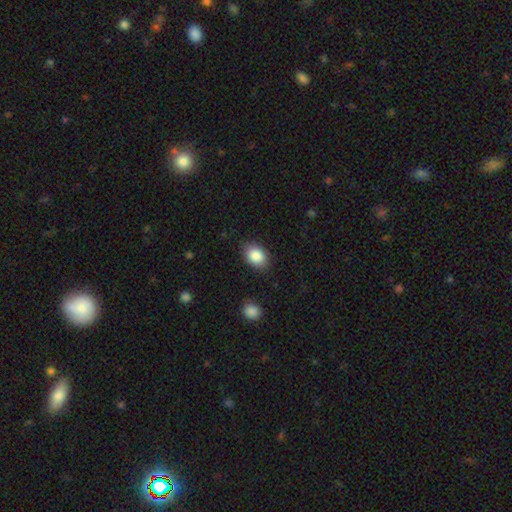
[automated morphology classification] Smooth or featured: smooth — 87% (star or artifact — 8%)
How rounded: in between — 75% (round — 24%)
Merging: none — 84% (minor disturbance — 12%)